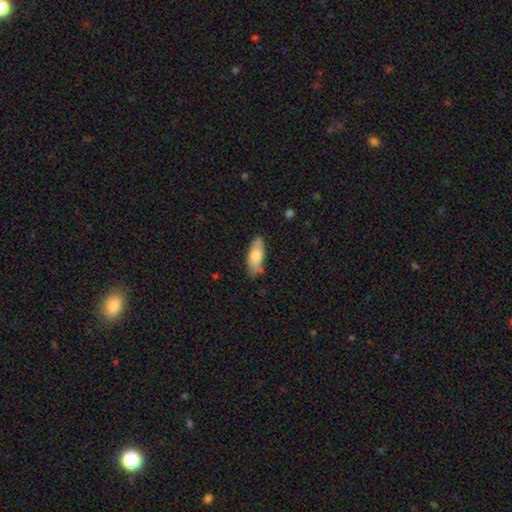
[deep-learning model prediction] smooth-or-featured: smooth: 70% | featured or disk: 24% | star or artifact: 6%
  how-rounded: in between: 77% | cigar-shaped: 20% | round: 2%
  merging: none: 79% | minor disturbance: 17% | major disturbance: 3% | merger: 2%